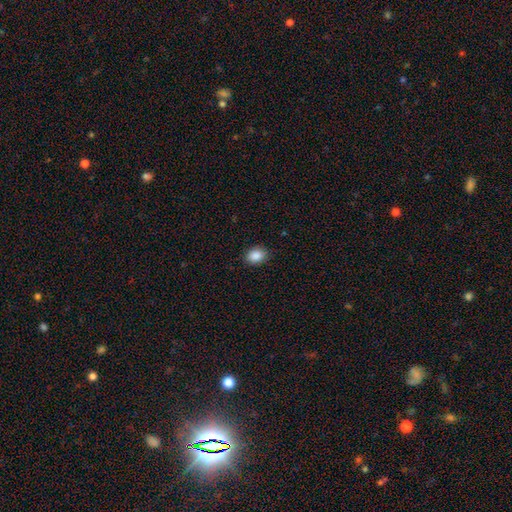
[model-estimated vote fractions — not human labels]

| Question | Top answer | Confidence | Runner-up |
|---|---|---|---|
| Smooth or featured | smooth | 88% | star or artifact (8%) |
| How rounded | in between | 63% | round (36%) |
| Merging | none | 88% | minor disturbance (9%) |